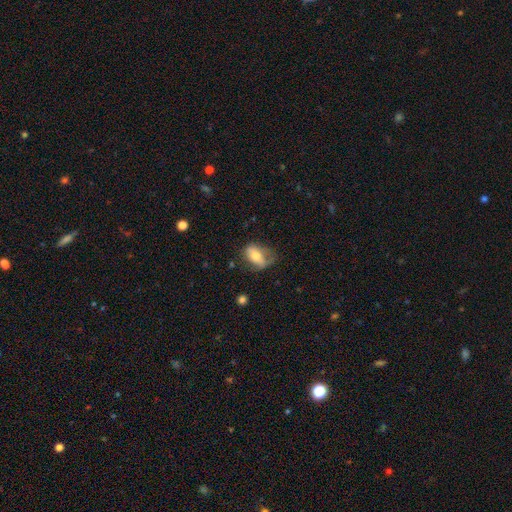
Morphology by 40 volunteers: This is likely a smooth galaxy (68%). How rounded: clearly in between (89%). Merging: marginally major disturbance (37%).